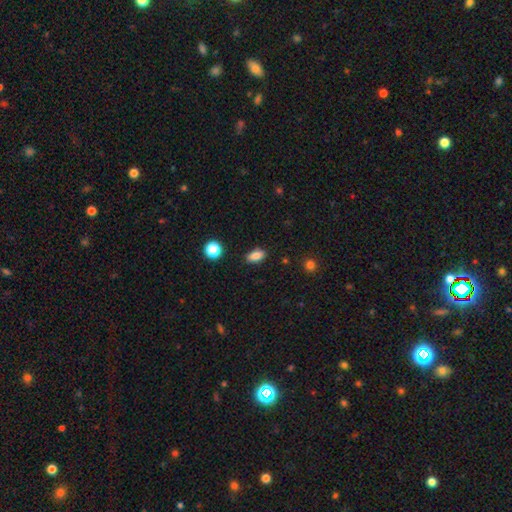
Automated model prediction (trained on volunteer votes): This appears to be a smooth galaxy with no disk features (85%) that is in between round and cigar-shaped (87%). Merging: none (86%).